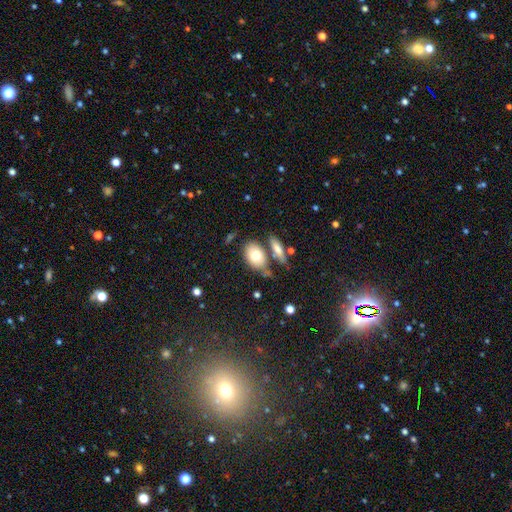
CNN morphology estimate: Q: Smooth or featured?
A: smooth (75%); runner-up: featured or disk (18%)
Q: How rounded?
A: in between (81%); runner-up: round (16%)
Q: Merging?
A: none (61%); runner-up: merger (19%)